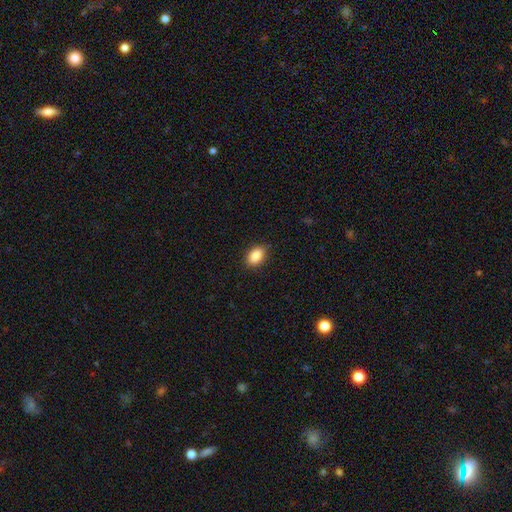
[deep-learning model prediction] Smooth or featured?
  - smooth: 88% *
  - star or artifact: 8%
  - featured or disk: 4%
How rounded?
  - in between: 84% *
  - round: 14%
  - cigar-shaped: 2%
Merging?
  - none: 87% *
  - minor disturbance: 10%
  - major disturbance: 2%
  - merger: 1%